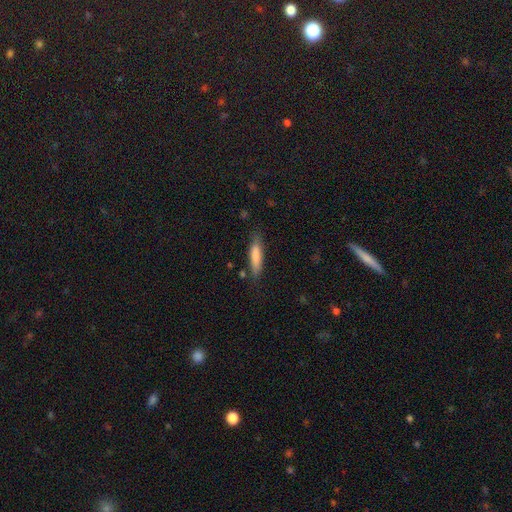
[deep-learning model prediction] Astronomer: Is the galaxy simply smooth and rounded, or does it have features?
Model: smooth — 78%.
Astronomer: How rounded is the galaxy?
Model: cigar-shaped — 78%.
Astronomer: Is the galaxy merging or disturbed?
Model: none — 78%.